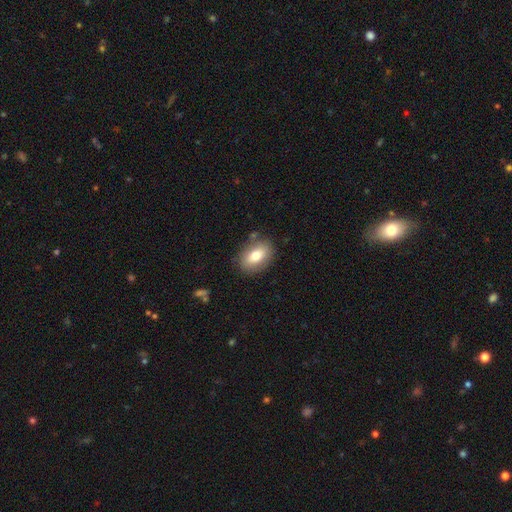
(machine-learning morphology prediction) smooth_or_featured: smooth (p=0.73) [alt: featured or disk p=0.19]
how_rounded: in between (p=0.84) [alt: round p=0.14]
merging: none (p=0.82) [alt: minor disturbance p=0.12]